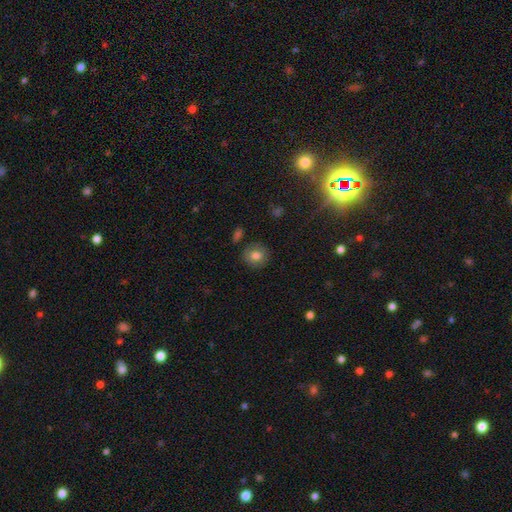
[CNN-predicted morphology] This is likely a smooth galaxy (77%). How rounded: clearly round (86%). Merging: clearly none (85%).